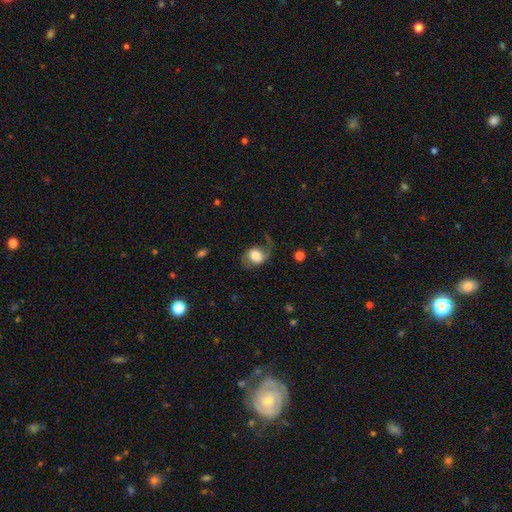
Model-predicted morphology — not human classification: Overall: smooth (46%; featured or disk 45%). Merging: none (44%; major disturbance 30%).